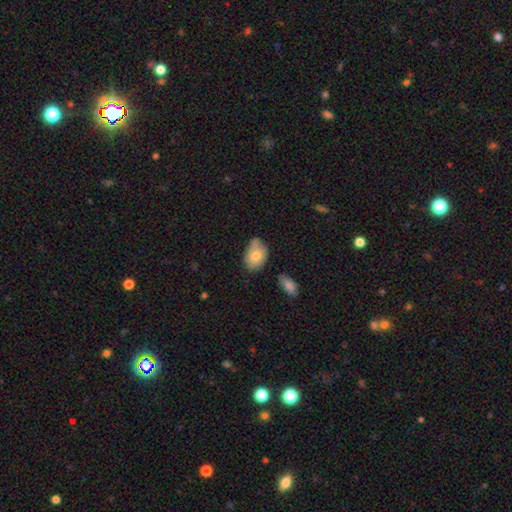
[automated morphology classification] smooth_or_featured: smooth (p=0.75) [alt: featured or disk p=0.17]
how_rounded: in between (p=0.76) [alt: round p=0.23]
merging: none (p=0.51) [alt: minor disturbance p=0.35]